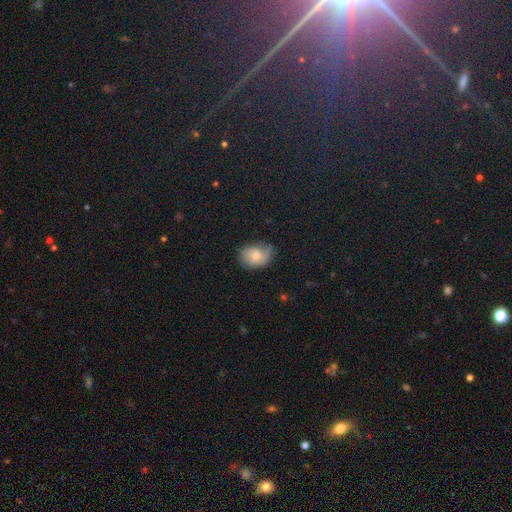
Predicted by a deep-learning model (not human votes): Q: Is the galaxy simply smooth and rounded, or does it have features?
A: smooth — 63%.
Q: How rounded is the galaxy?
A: in between — 63%.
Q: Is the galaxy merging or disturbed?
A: none — 53%.